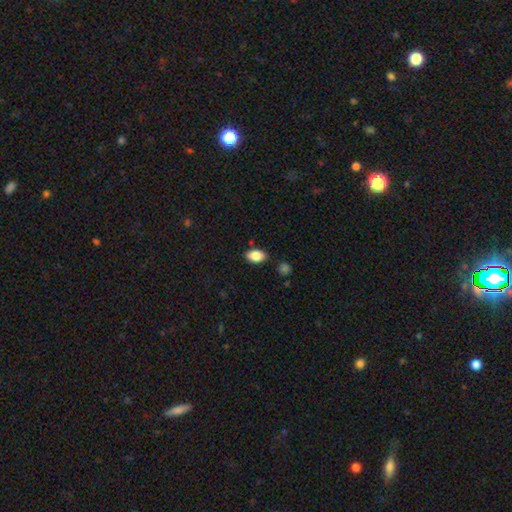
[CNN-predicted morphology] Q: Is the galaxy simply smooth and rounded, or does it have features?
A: smooth — 86%.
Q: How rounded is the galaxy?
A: in between — 90%.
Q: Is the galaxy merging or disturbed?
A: none — 84%.